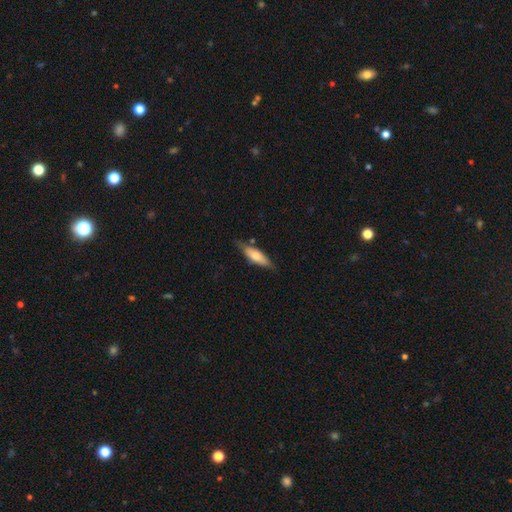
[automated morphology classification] Q: Smooth or featured?
A: smooth (65%); runner-up: featured or disk (29%)
Q: How rounded?
A: cigar-shaped (51%); runner-up: in between (48%)
Q: Merging?
A: none (73%); runner-up: minor disturbance (20%)